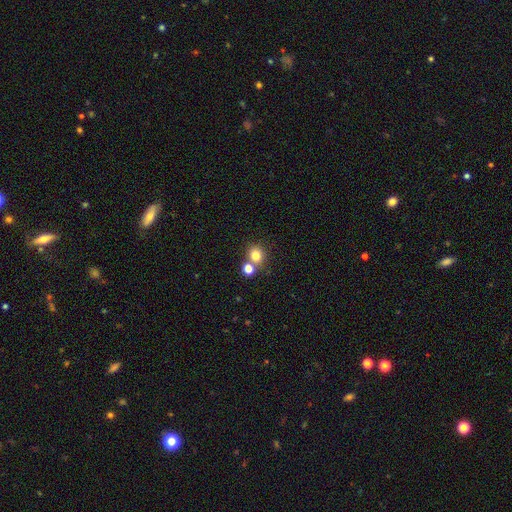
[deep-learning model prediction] Smooth or featured? smooth (79%)
How rounded? round (80%)
Merging? none (60%)